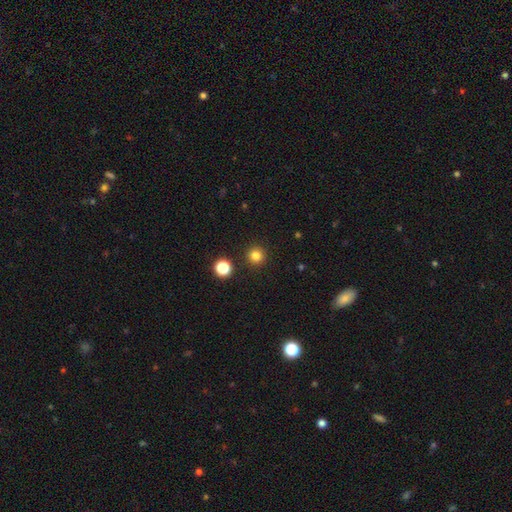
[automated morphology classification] type=smooth (82%); roundness=round (96%); merging=none (92%).